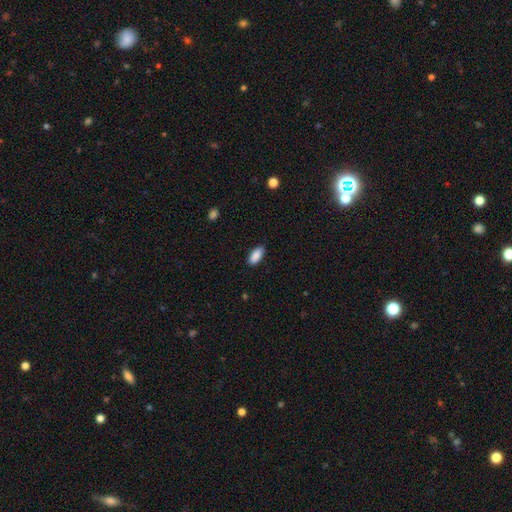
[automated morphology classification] Smooth or featured? Predicted: smooth (p=0.89). How rounded? Predicted: in between (p=0.91). Merging? Predicted: none (p=0.86).